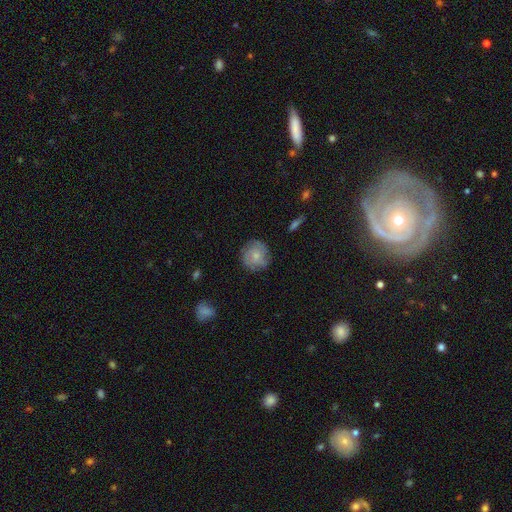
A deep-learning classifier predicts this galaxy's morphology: This appears to be a smooth galaxy with no disk features (55%) that is round (89%). Merging: none (76%).